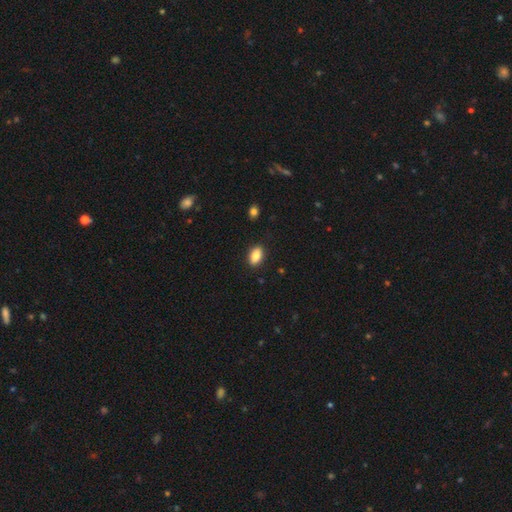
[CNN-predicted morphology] smooth 86%, star or artifact 8%, featured or disk 6%. Down the decision tree: how rounded — in between (90%); merging — none (88%).